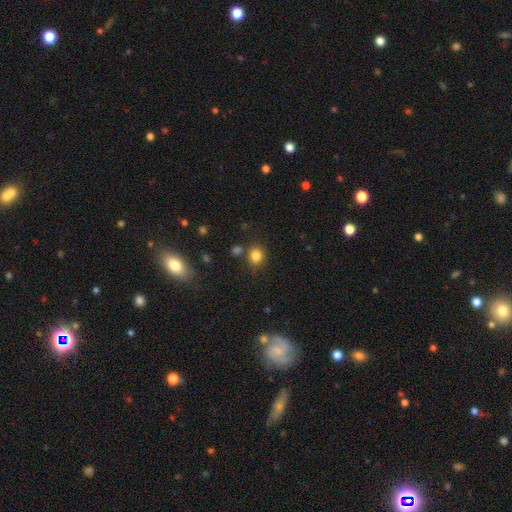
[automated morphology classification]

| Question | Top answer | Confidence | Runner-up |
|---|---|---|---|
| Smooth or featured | smooth | 82% | star or artifact (13%) |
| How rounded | round | 76% | in between (23%) |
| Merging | none | 75% | minor disturbance (12%) |